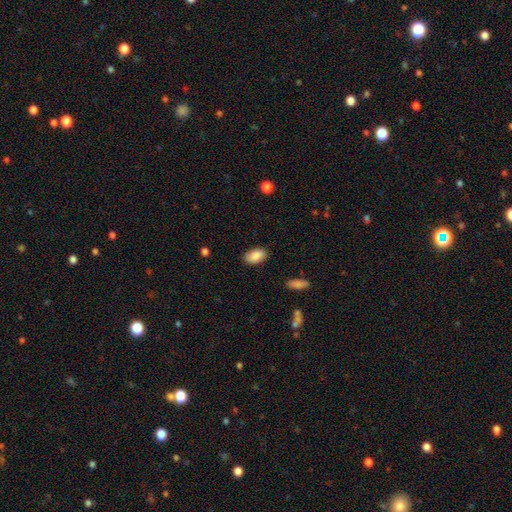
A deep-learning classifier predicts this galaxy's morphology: type=smooth (88%); roundness=in between (93%); merging=none (86%).